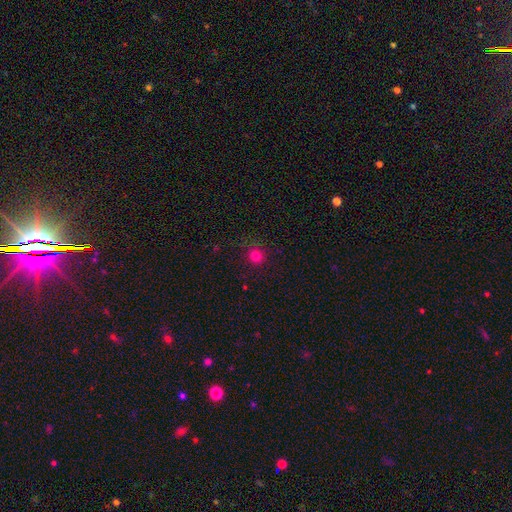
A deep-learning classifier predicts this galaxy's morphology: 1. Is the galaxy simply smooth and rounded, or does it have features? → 80% smooth, 16% star or artifact, 5% featured or disk.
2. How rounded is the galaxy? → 92% round, 7% in between, 1% cigar-shaped.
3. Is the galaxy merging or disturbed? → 88% none, 8% minor disturbance, 3% major disturbance, 1% merger.